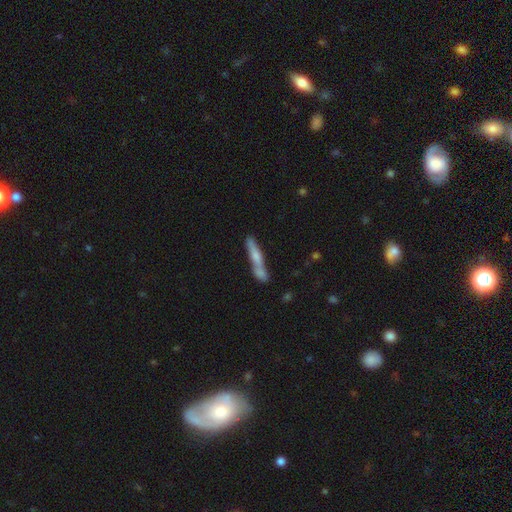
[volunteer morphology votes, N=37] Overall: smooth (62%; featured or disk 27%). How rounded: cigar-shaped (91%). Merging: merger (36%; none 30%).